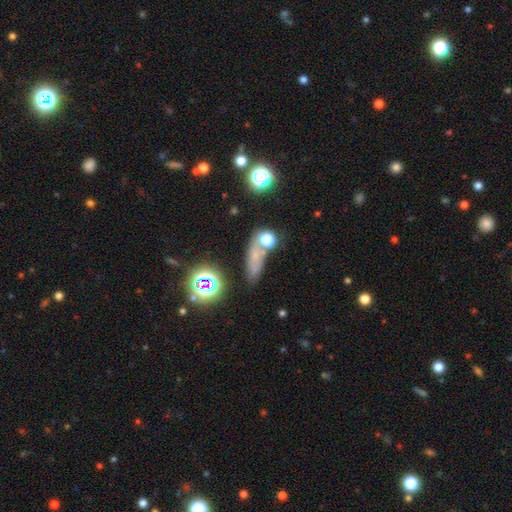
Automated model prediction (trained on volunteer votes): Smooth or featured? smooth (58%)
How rounded? cigar-shaped (42%)
Merging? none (57%)